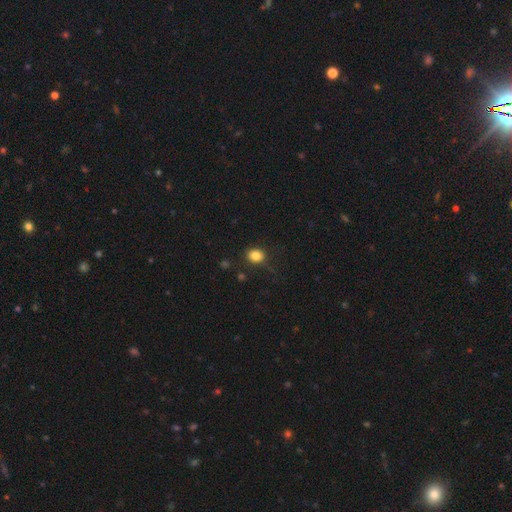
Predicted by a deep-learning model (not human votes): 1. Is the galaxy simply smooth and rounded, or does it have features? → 83% smooth, 11% star or artifact, 6% featured or disk.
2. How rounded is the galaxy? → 69% round, 30% in between, 1% cigar-shaped.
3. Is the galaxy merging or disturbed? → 80% none, 14% minor disturbance, 4% major disturbance, 2% merger.